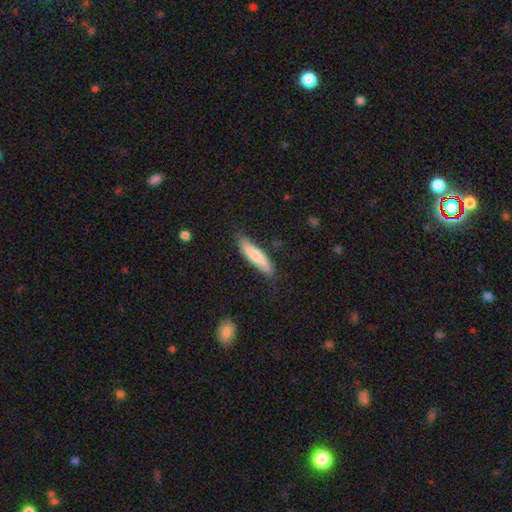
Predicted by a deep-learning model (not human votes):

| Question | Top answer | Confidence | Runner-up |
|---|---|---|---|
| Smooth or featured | smooth | 75% | featured or disk (20%) |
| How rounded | cigar-shaped | 77% | in between (22%) |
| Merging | none | 75% | minor disturbance (19%) |